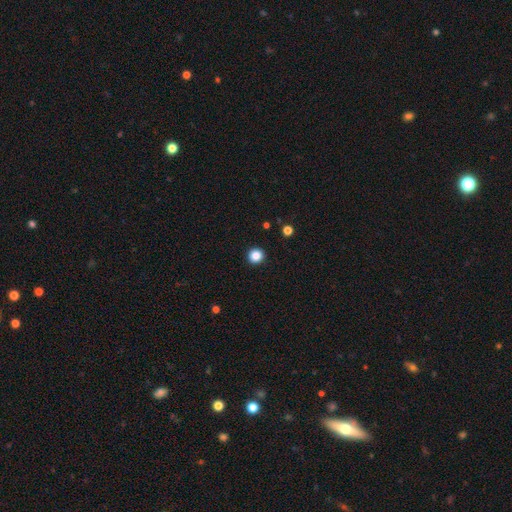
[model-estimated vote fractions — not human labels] Smooth or featured: smooth — 86% (star or artifact — 11%)
How rounded: round — 95% (in between — 4%)
Merging: none — 94% (minor disturbance — 4%)